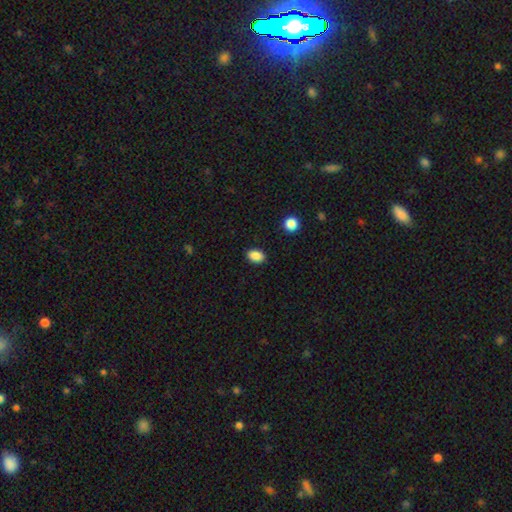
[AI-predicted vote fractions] smooth_or_featured: smooth (p=0.88) [alt: star or artifact p=0.09]
how_rounded: in between (p=0.80) [alt: round p=0.19]
merging: none (p=0.89) [alt: minor disturbance p=0.07]